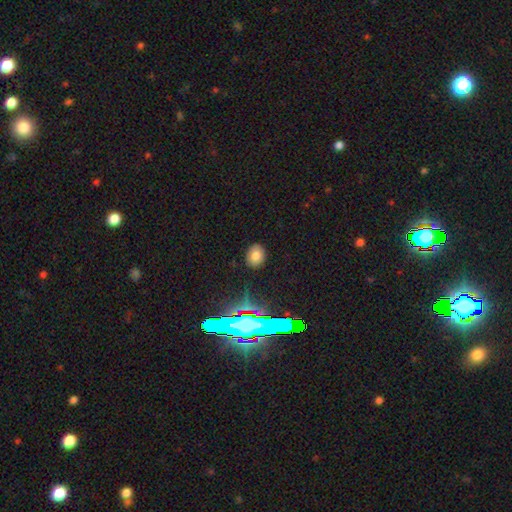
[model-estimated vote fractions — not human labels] smooth-or-featured: smooth: 73% | star or artifact: 16% | featured or disk: 10%
  how-rounded: in between: 52% | round: 47% | cigar-shaped: 1%
  merging: none: 85% | minor disturbance: 10% | major disturbance: 3% | merger: 1%